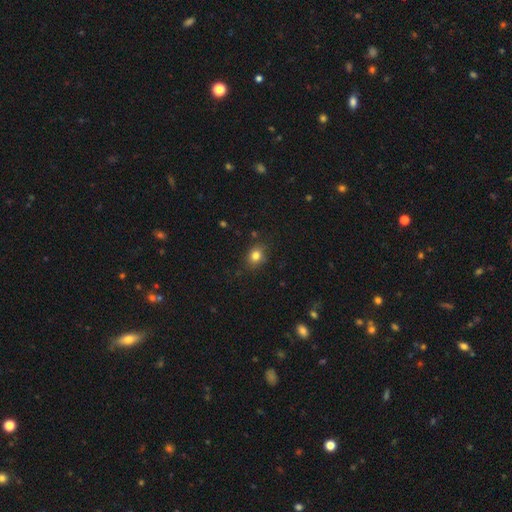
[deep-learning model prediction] Morphology: type=smooth (82%); roundness=round (59%); merging=none (83%).